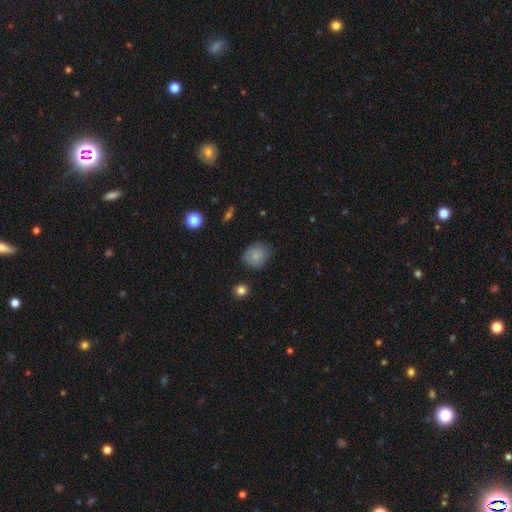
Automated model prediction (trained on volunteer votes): smooth 82%, featured or disk 10%, star or artifact 9%. Down the decision tree: how rounded — round (62%); merging — none (73%).